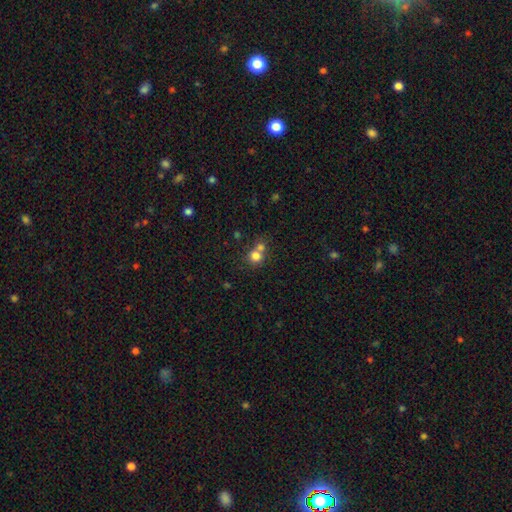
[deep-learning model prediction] Morphology: type=smooth (77%); roundness=round (85%); merging=merger (46%).